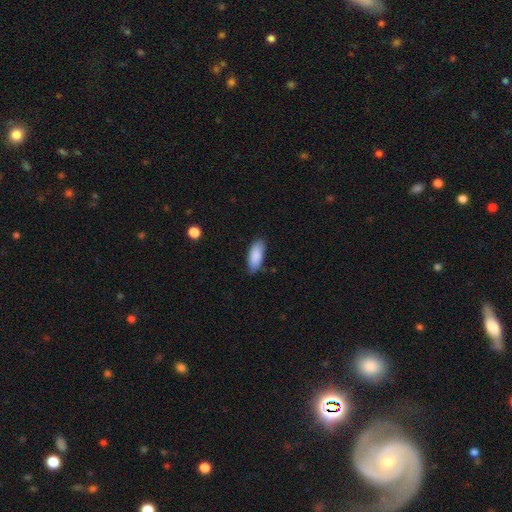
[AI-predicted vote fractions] A smooth galaxy with no disk features (88%) that is in between round and cigar-shaped (82%). Merging: none (79%).